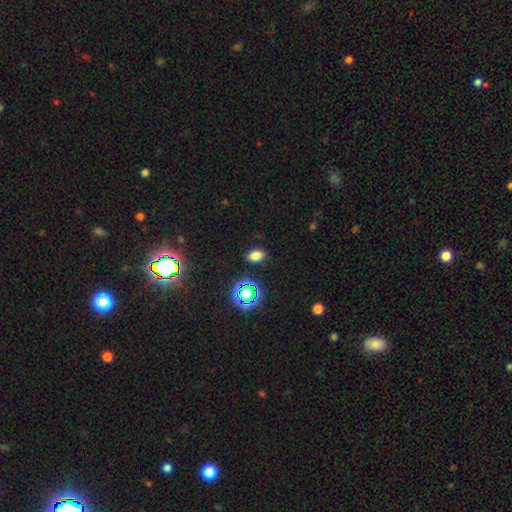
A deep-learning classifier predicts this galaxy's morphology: This appears to be a smooth galaxy with no disk features (74%) that is in between round and cigar-shaped (81%). Merging: none (87%).